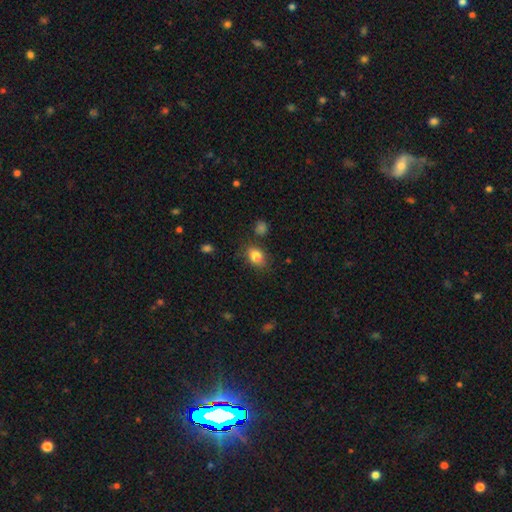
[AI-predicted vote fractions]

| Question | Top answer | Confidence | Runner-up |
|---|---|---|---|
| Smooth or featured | smooth | 83% | star or artifact (10%) |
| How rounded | in between | 60% | round (39%) |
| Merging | none | 72% | minor disturbance (19%) |